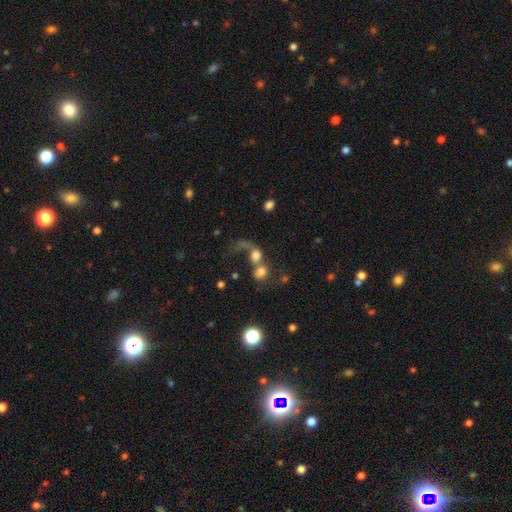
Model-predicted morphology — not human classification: The model was most divided on "how rounded": round: 60%, in between: 37%, cigar-shaped: 3%. More confident: merging — merger (64%); smooth or featured — smooth (59%).